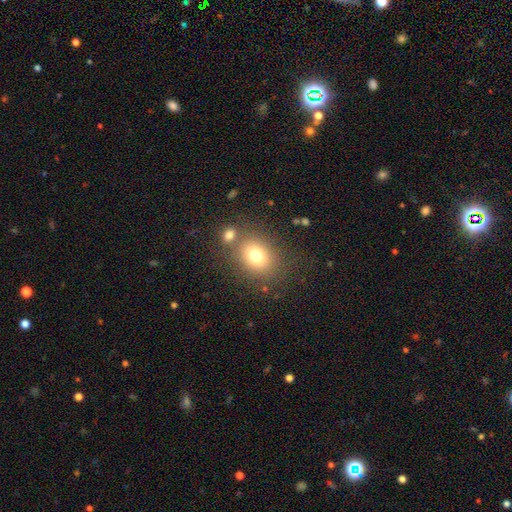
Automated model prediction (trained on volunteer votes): smooth 76%, star or artifact 13%, featured or disk 12%. Down the decision tree: how rounded — round (51%); merging — none (69%).